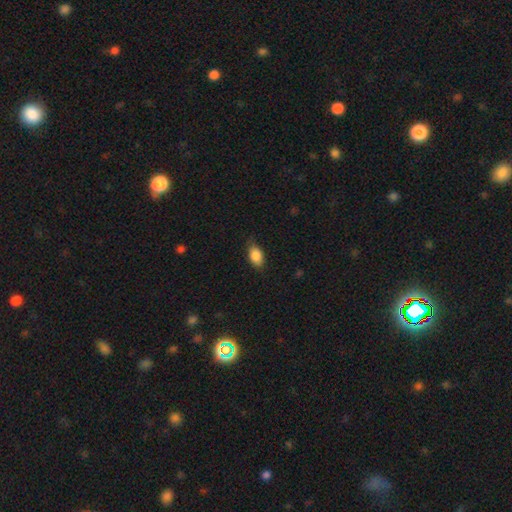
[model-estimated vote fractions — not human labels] smooth 86%, star or artifact 7%, featured or disk 6%. Down the decision tree: how rounded — in between (85%); merging — none (73%).